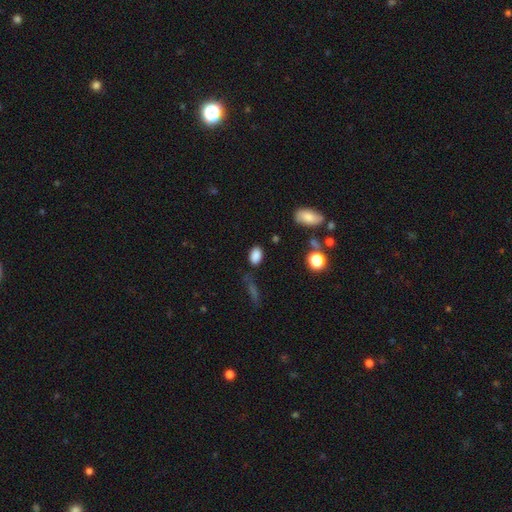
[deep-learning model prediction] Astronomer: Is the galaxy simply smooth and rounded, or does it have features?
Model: smooth — 85%.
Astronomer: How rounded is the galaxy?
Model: in between — 88%.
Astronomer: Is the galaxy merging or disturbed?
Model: none — 76%.